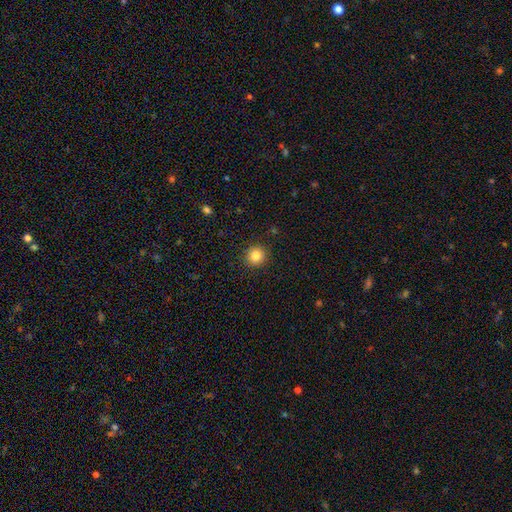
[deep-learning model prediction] This is clearly a smooth galaxy (85%). How rounded: clearly round (93%). Merging: clearly none (91%).